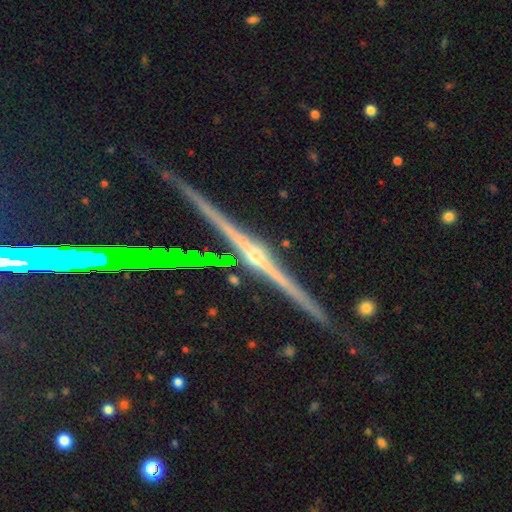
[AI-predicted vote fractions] A featured or disk galaxy (86%) viewed edge-on (98%) with a rounded central bulge (84%).

Vote fractions:
- Smooth or featured? featured or disk: 86% / star or artifact: 9% / smooth: 5%
- Edge-on disk? yes: 98% / no: 2%
- Edge-on bulge? rounded: 84% / none: 10% / boxy: 6%
- Merging? none: 87% / minor disturbance: 9% / merger: 2% / major disturbance: 2%